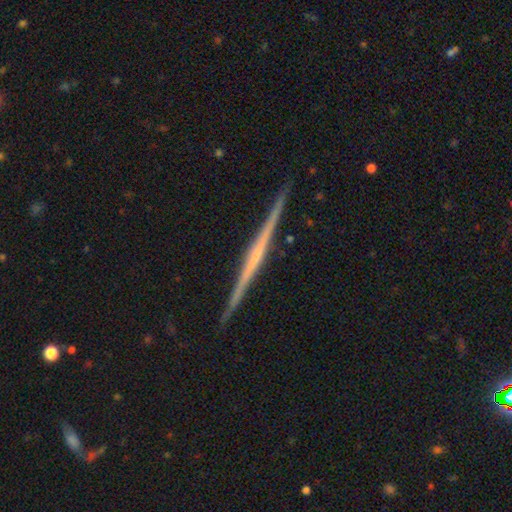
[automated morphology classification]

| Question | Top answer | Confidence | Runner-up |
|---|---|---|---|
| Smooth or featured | featured or disk | 80% | smooth (15%) |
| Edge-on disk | yes | 99% | no (1%) |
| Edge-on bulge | none | 63% | rounded (27%) |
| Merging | none | 92% | minor disturbance (6%) |